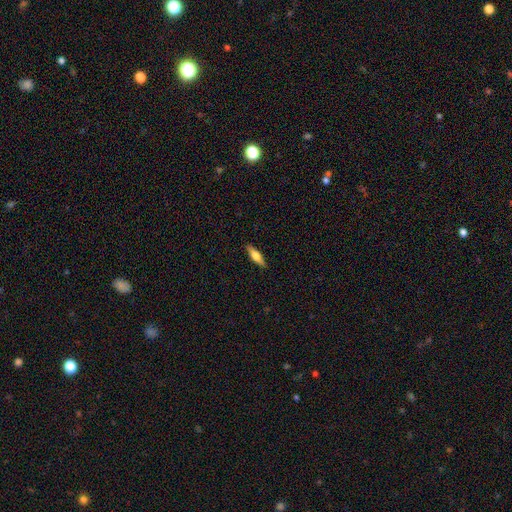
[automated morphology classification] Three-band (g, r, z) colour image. It shows a smooth galaxy with no disk features (52%) that is cigar-shaped (64%). Merging: none (89%).